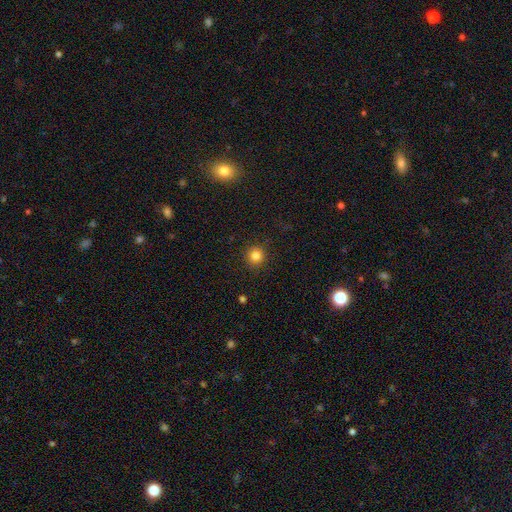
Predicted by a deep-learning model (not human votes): Q: Smooth or featured?
A: smooth (83%); runner-up: star or artifact (12%)
Q: How rounded?
A: round (94%); runner-up: in between (5%)
Q: Merging?
A: none (91%); runner-up: minor disturbance (6%)